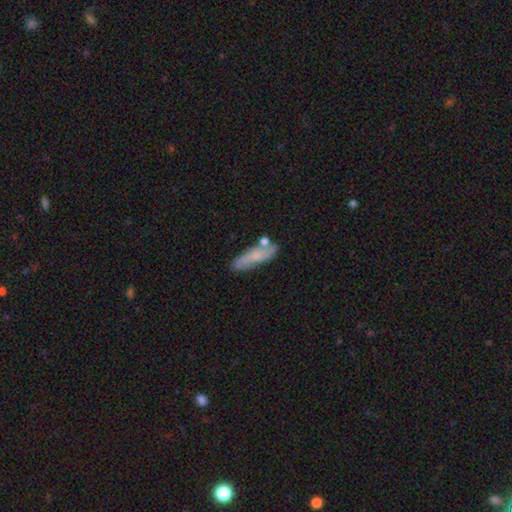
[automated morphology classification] Smooth or featured? smooth (60%)
How rounded? cigar-shaped (59%)
Merging? none (61%)